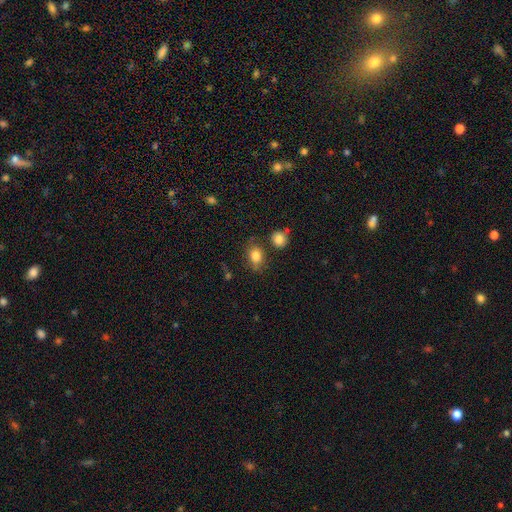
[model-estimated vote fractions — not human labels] This appears to be a smooth galaxy with no disk features (82%) that is in between round and cigar-shaped (69%). Merging: none (68%).